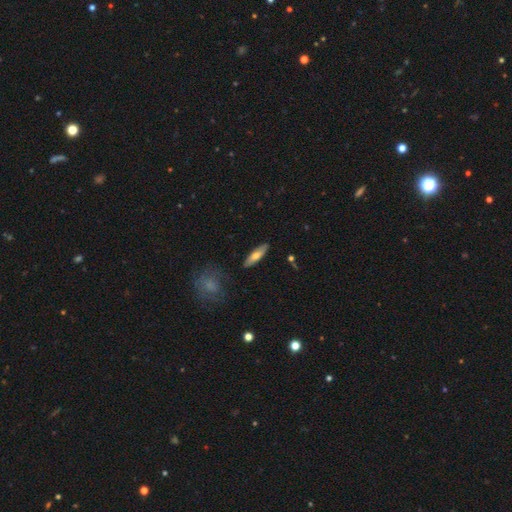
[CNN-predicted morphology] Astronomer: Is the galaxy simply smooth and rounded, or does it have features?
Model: smooth — 58% (runner-up: featured or disk, 36%).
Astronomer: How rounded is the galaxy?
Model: cigar-shaped — 59% (runner-up: in between, 38%).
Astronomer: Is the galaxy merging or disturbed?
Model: none — 87%.